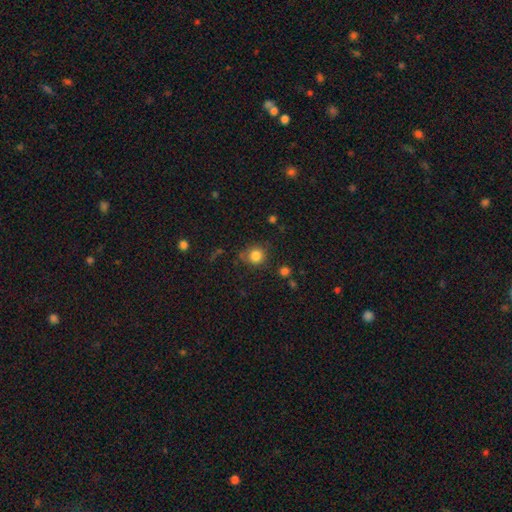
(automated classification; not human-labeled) This appears to be a smooth galaxy with no disk features (83%) that is round (88%). Merging: none (74%).